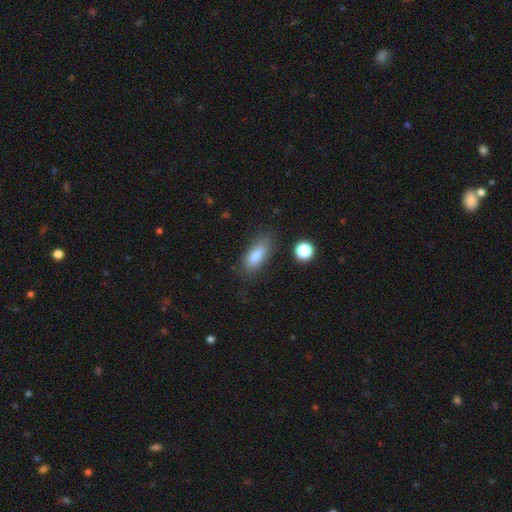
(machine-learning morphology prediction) Smooth or featured?
  - smooth: 82% *
  - featured or disk: 10%
  - star or artifact: 9%
How rounded?
  - in between: 72% *
  - cigar-shaped: 24%
  - round: 3%
Merging?
  - none: 73% *
  - minor disturbance: 18%
  - major disturbance: 6%
  - merger: 3%